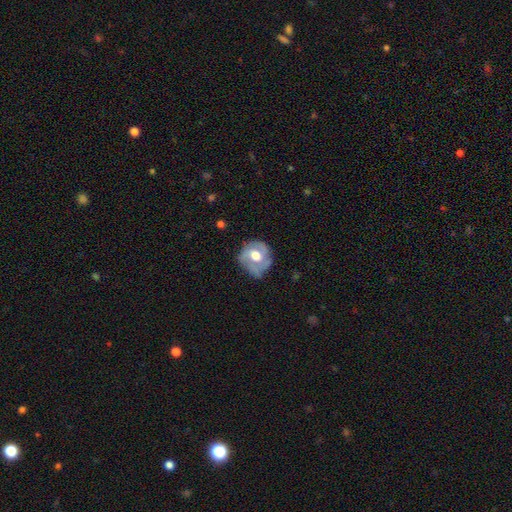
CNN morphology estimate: A featured or disk galaxy (66%) with no bar (71%), 2 (30%, tied with 3) tight (44%) spiral arms (78%) and a moderate central bulge (61%). Merging: none (58%).